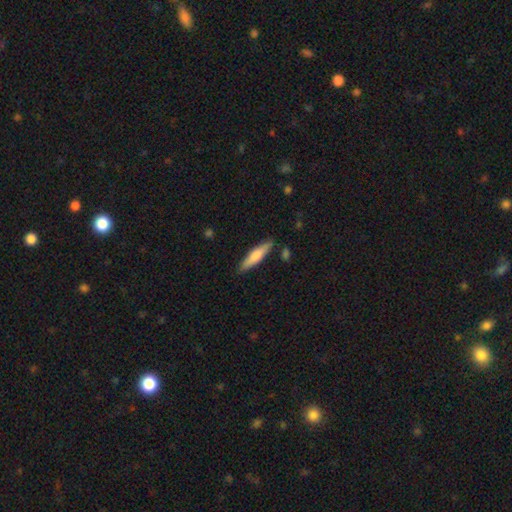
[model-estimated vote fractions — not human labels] smooth 68%, featured or disk 27%, star or artifact 5%. Down the decision tree: how rounded — cigar-shaped (80%); merging — none (86%).